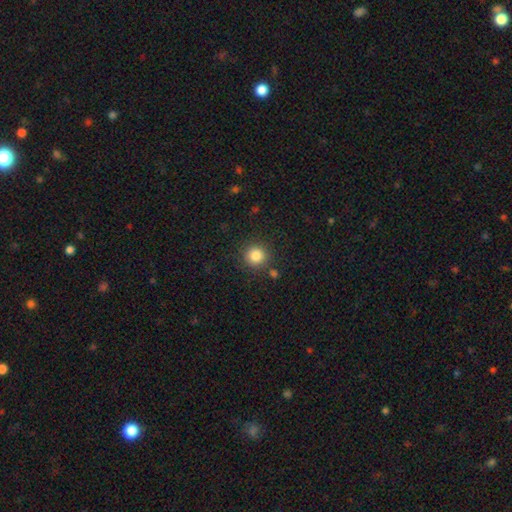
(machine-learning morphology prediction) Smooth or featured? Predicted: smooth (p=0.84). How rounded? Predicted: round (p=0.93). Merging? Predicted: none (p=0.86).